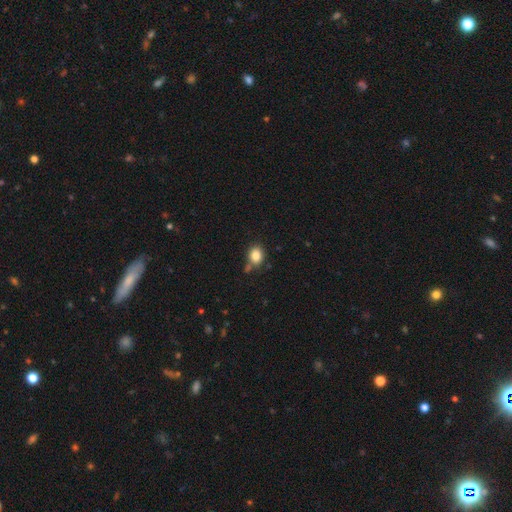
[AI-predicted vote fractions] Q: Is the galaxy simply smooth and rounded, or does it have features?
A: smooth — 83%.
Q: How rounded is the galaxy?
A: round — 50%.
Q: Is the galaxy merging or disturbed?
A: none — 67%.